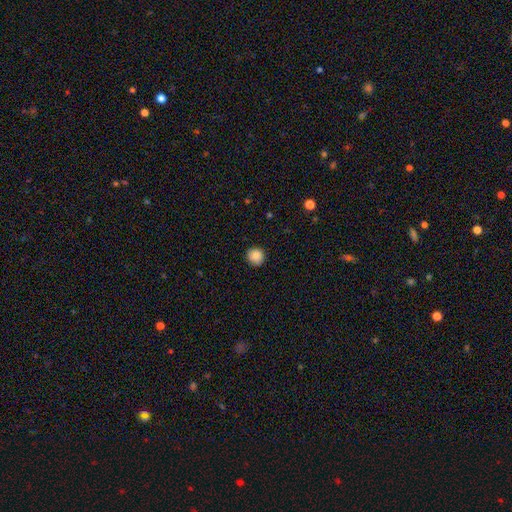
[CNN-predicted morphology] Smooth or featured: smooth — 87% (star or artifact — 9%)
How rounded: round — 92% (in between — 7%)
Merging: none — 88% (minor disturbance — 9%)